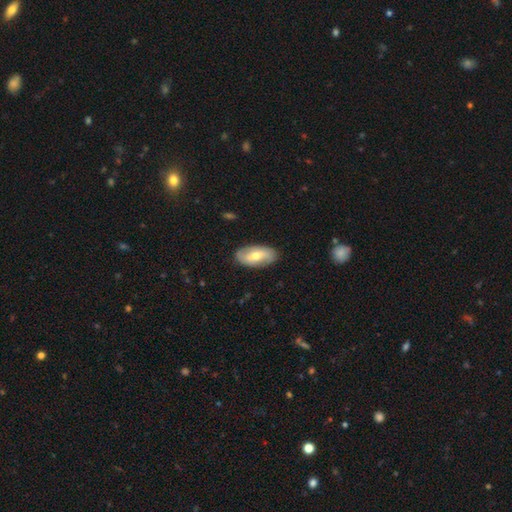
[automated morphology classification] Smooth or featured: smooth — 53% (featured or disk — 42%)
How rounded: in between — 92% (cigar-shaped — 5%)
Merging: none — 85% (minor disturbance — 12%)